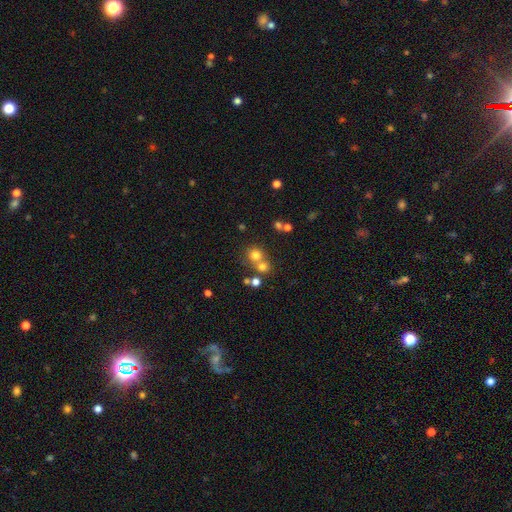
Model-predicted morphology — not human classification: smooth_or_featured: smooth (p=0.71) [alt: star or artifact p=0.17]
how_rounded: round (p=0.86) [alt: in between p=0.13]
merging: none (p=0.51) [alt: merger p=0.38]